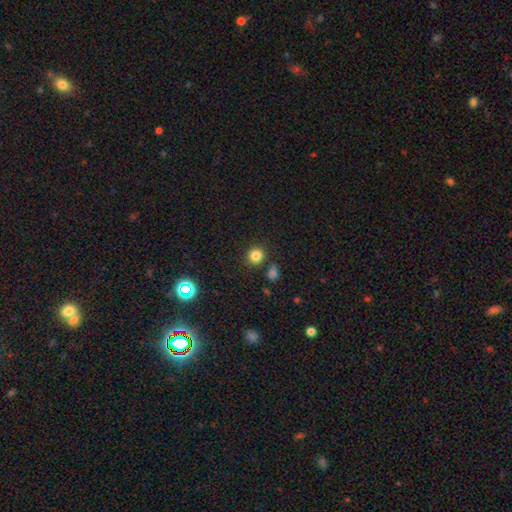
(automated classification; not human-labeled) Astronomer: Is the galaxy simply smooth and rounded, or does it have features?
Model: smooth — 81%.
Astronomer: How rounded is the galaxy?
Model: round — 90%.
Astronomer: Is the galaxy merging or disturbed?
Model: none — 84%.